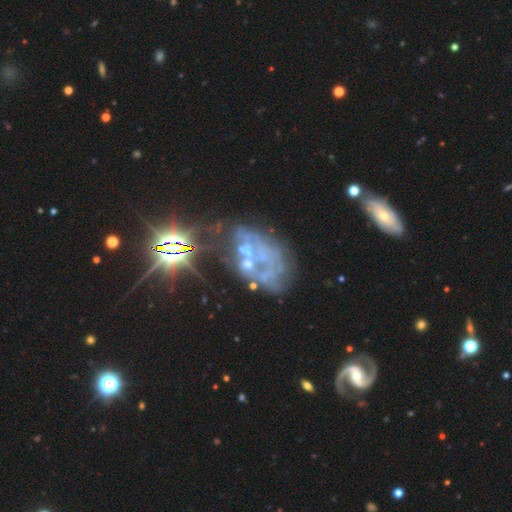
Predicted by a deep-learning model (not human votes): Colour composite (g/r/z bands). It shows a featured or disk galaxy (62%) with no bar (75%), no spiral arms (53%) and no central bulge (43%). Merging: none (35%).